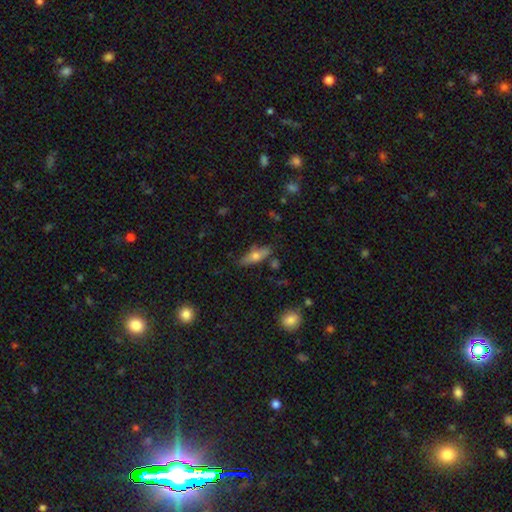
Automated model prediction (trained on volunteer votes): Smooth or featured?
  - smooth: 60% *
  - featured or disk: 32%
  - star or artifact: 8%
How rounded?
  - in between: 54% *
  - cigar-shaped: 43%
  - round: 3%
Merging?
  - none: 70% *
  - minor disturbance: 19%
  - merger: 5%
  - major disturbance: 5%